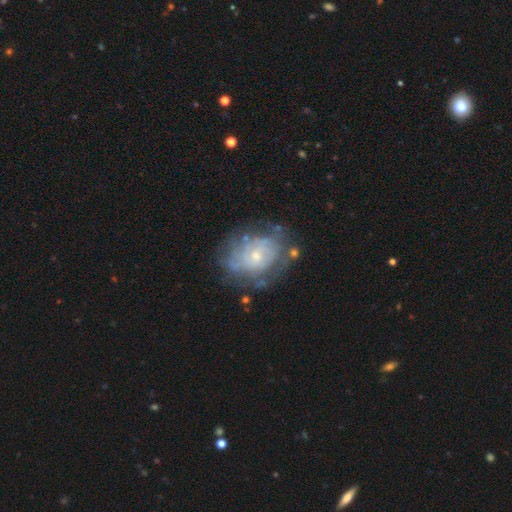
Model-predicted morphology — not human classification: A featured or disk galaxy (71%) with no bar (79%), spiral arms (68%) and a small central bulge (64%). Merging: none (63%).